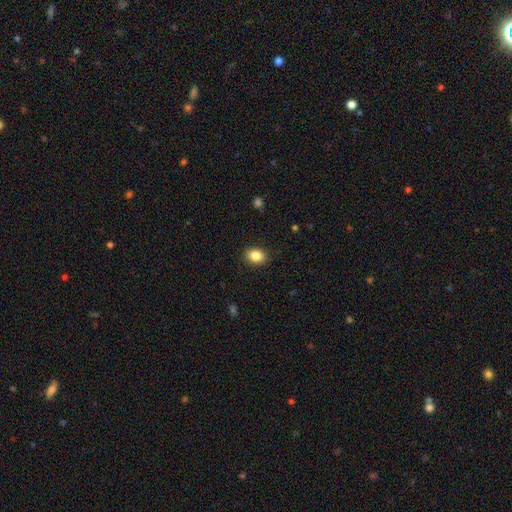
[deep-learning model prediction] This appears to be a smooth galaxy with no disk features (86%) that is in between round and cigar-shaped (74%). Merging: none (89%).